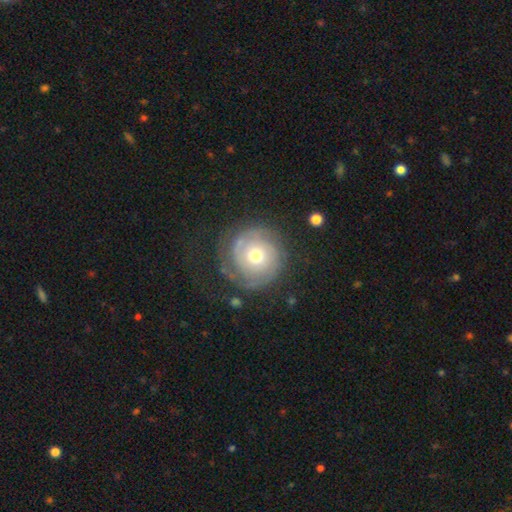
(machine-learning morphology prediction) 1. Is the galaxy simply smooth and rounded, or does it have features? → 71% featured or disk, 22% smooth, 7% star or artifact.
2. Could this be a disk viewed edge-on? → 98% no, 2% yes.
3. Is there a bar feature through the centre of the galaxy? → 81% no, 15% weak, 4% strong.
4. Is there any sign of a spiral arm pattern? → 89% yes, 11% no.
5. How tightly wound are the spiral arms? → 73% tight, 21% medium, 7% loose.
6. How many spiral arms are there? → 47% 2, 27% can't tell, 11% 3, 7% 1, 4% 4, 4% more than 4.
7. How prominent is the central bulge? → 67% moderate, 25% small, 6% large, 1% dominant, 1% none.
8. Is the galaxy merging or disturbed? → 76% none, 14% minor disturbance, 8% major disturbance, 2% merger.